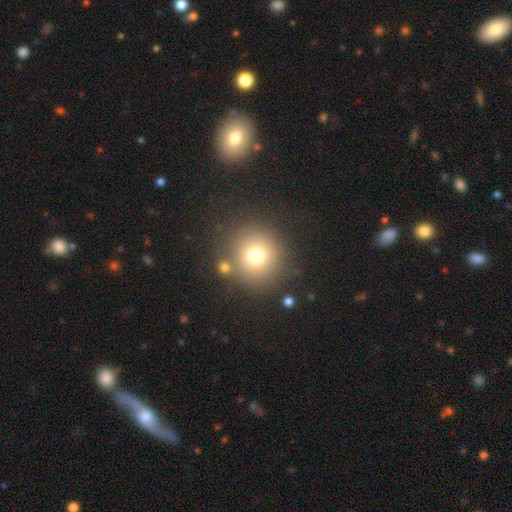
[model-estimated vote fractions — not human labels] A smooth galaxy with no disk features (73%) that is round (93%). Merging: none (79%).